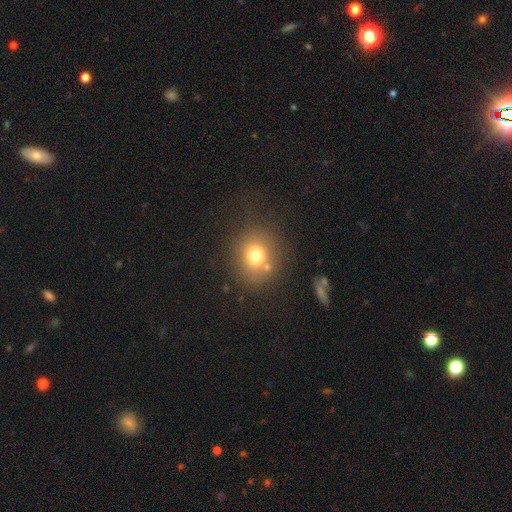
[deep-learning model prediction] Morphology: type=smooth (73%); roundness=round (78%); merging=none (71%).